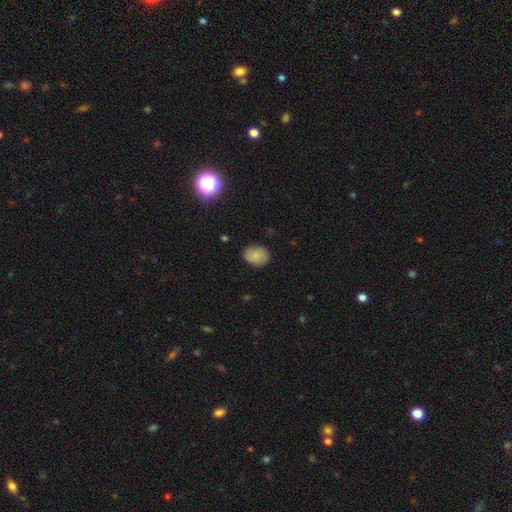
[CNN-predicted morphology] The model was most divided on "how rounded": in between: 61%, round: 38%, cigar-shaped: 1%. More confident: merging — none (84%); smooth or featured — smooth (78%).